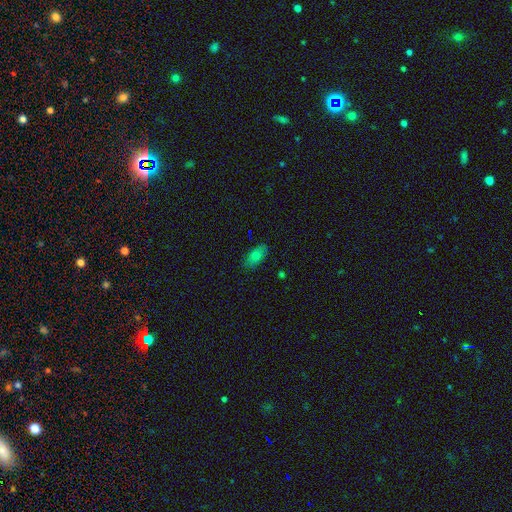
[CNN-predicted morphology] Smooth or featured?
  - smooth: 72% *
  - featured or disk: 18%
  - star or artifact: 10%
How rounded?
  - in between: 89% *
  - round: 6%
  - cigar-shaped: 5%
Merging?
  - none: 83% *
  - minor disturbance: 13%
  - major disturbance: 2%
  - merger: 1%